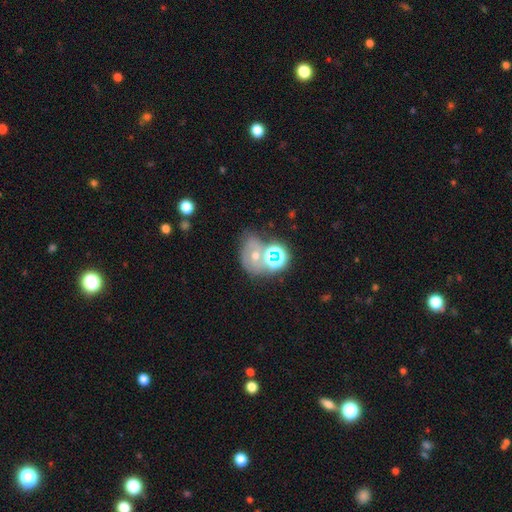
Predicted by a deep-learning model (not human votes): The model was most divided on "smooth or featured": star or artifact: 44%, featured or disk: 29%, smooth: 28%.